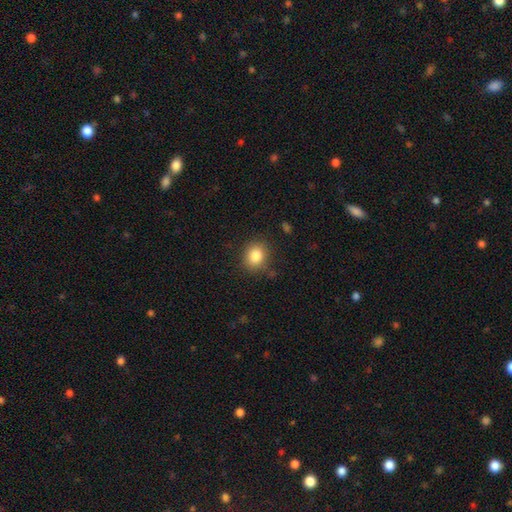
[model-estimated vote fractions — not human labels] Morphology: type=smooth (84%); roundness=round (66%); merging=none (84%).